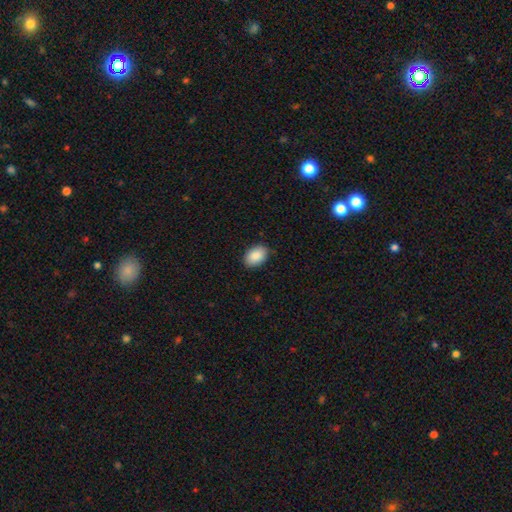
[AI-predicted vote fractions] A smooth galaxy with no disk features (90%) that is in between round and cigar-shaped (85%). Merging: none (87%).